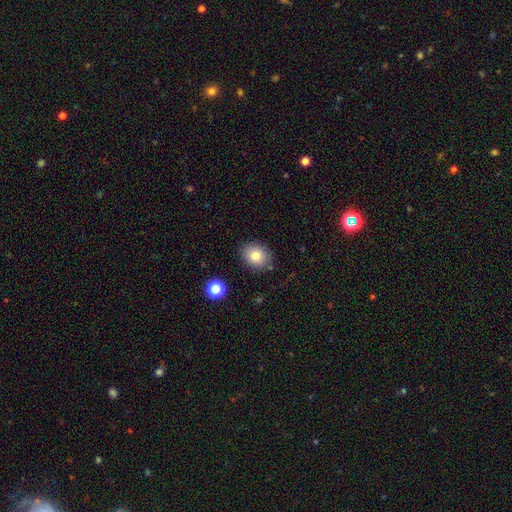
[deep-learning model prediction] The model was most divided on "how rounded": in between: 50%, round: 49%, cigar-shaped: 1%. More confident: merging — none (83%); smooth or featured — smooth (81%).